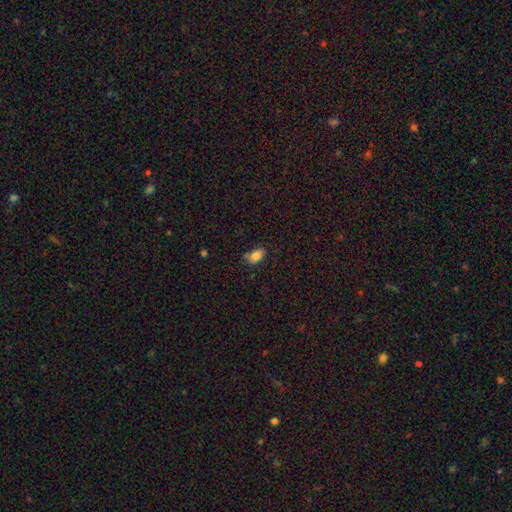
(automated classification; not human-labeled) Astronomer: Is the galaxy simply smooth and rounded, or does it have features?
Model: smooth — 84%.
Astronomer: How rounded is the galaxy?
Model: in between — 90%.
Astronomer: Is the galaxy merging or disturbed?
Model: none — 65%.